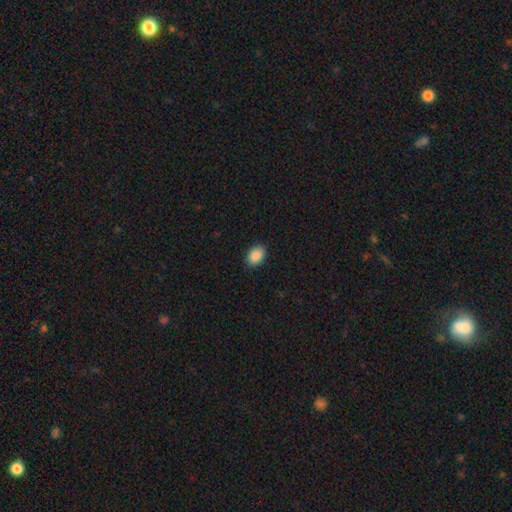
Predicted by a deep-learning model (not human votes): The model was most divided on "how rounded": in between: 77%, round: 22%, cigar-shaped: 1%. More confident: smooth or featured — smooth (90%); merging — none (89%).